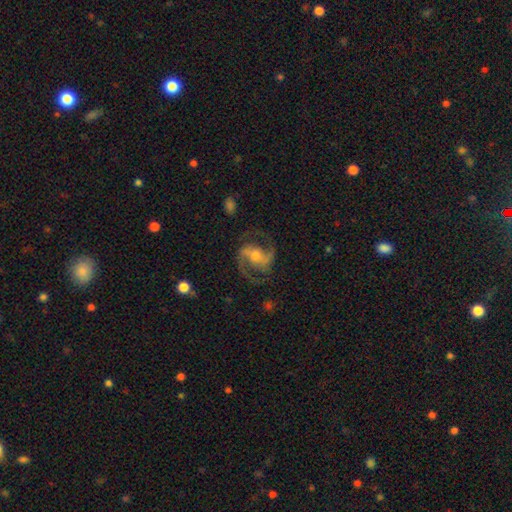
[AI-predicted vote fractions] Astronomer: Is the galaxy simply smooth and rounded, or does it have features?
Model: featured or disk — 89%.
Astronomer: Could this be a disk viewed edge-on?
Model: no — 98%.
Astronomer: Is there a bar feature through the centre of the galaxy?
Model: weak — 40% (runner-up: strong, 37%).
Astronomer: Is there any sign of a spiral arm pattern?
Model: yes — 97%.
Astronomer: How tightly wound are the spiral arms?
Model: medium — 61%.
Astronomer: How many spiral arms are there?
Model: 2 — 91%.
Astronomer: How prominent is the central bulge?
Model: moderate — 54% (runner-up: small, 38%).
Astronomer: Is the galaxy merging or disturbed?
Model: none — 76%.